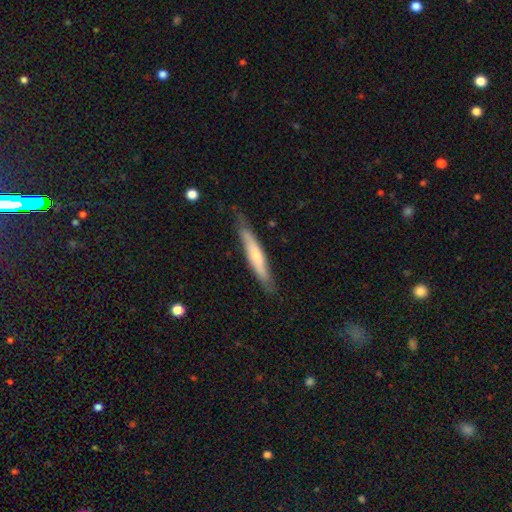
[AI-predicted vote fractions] smooth_or_featured: smooth (p=0.49) [alt: featured or disk p=0.46]
merging: none (p=0.75) [alt: minor disturbance p=0.20]